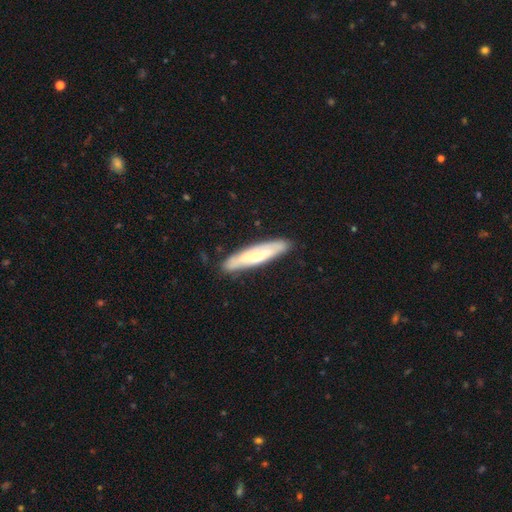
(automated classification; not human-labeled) Smooth or featured: featured or disk — 51% (smooth — 43%)
Edge-on disk: yes — 55% (no — 45%)
Merging: none — 85% (minor disturbance — 12%)